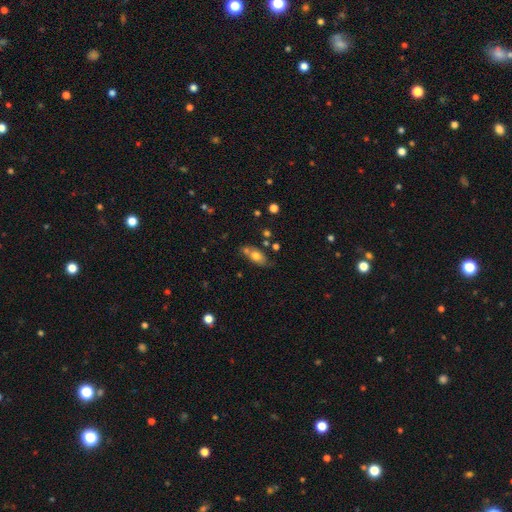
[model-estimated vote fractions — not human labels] smooth_or_featured: smooth (p=0.68) [alt: featured or disk p=0.23]
how_rounded: in between (p=0.82) [alt: cigar-shaped p=0.09]
merging: none (p=0.55) [alt: merger p=0.21]